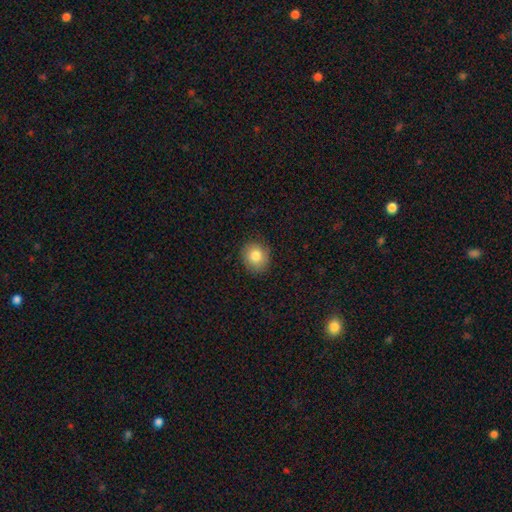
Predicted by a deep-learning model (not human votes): Q: Smooth or featured?
A: smooth (82%); runner-up: star or artifact (9%)
Q: How rounded?
A: round (80%); runner-up: in between (19%)
Q: Merging?
A: none (87%); runner-up: minor disturbance (10%)